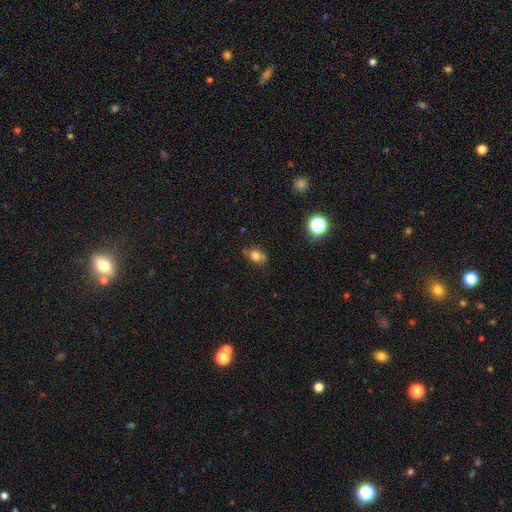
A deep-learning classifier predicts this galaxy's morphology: smooth 74%, featured or disk 13%, star or artifact 12%. Down the decision tree: how rounded — in between (76%); merging — none (70%).